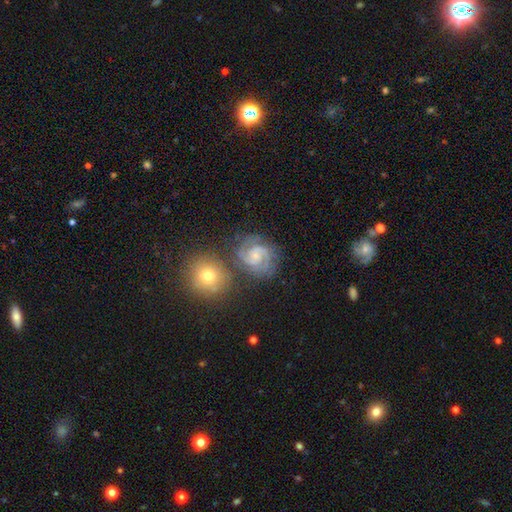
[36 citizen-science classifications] Morphology: type=featured or disk (97%); edge-on=no (97%); bar=no (65%); spiral arms=yes (100%); winding=tight (71%); arm count=2 (82%); bulge=small (82%); merging=none (58%).